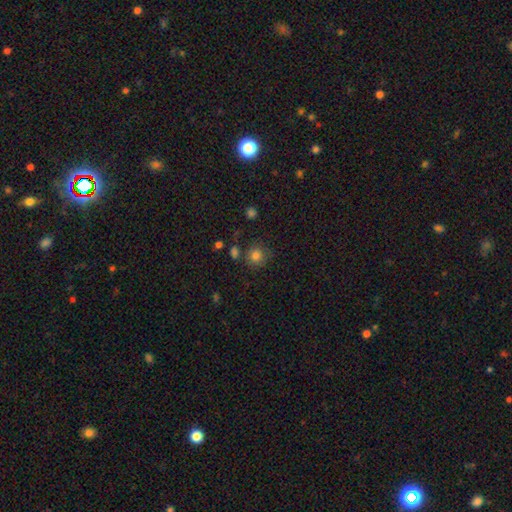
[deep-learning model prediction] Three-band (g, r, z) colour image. It shows a smooth galaxy with no disk features (82%) that is round (89%). Merging: none (75%).